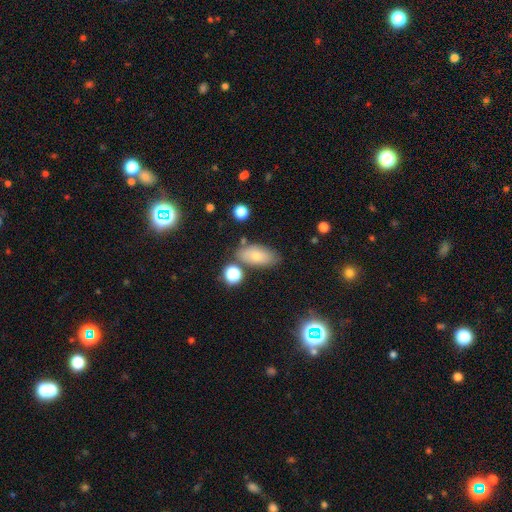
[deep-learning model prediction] Smooth or featured?
  - smooth: 72% *
  - featured or disk: 19%
  - star or artifact: 9%
How rounded?
  - in between: 89% *
  - round: 6%
  - cigar-shaped: 5%
Merging?
  - none: 72% *
  - minor disturbance: 16%
  - merger: 8%
  - major disturbance: 4%